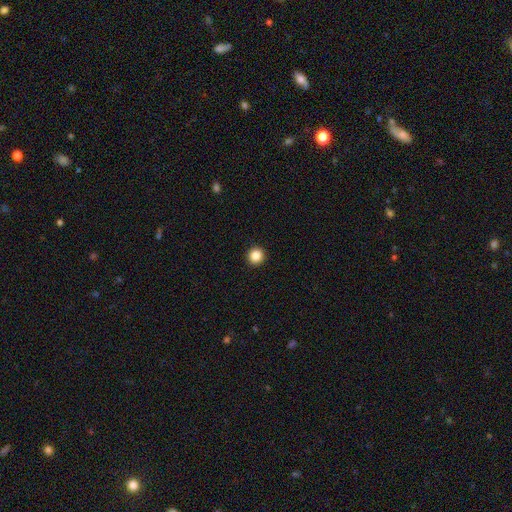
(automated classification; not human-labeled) A smooth galaxy with no disk features (86%) that is round (95%). Merging: none (94%).